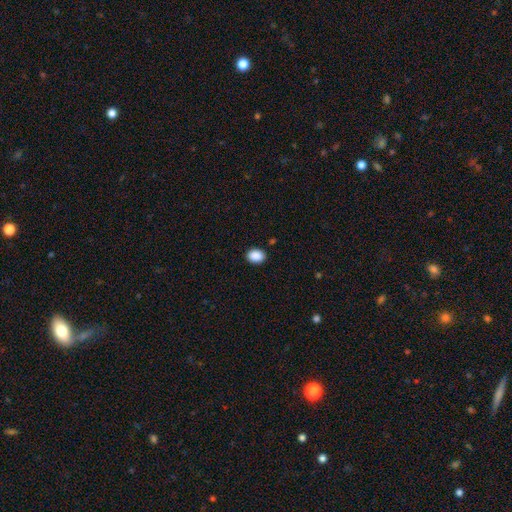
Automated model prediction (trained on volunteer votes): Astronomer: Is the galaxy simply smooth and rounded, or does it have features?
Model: smooth — 90%.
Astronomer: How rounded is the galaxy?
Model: in between — 69%.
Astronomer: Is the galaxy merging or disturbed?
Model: none — 89%.